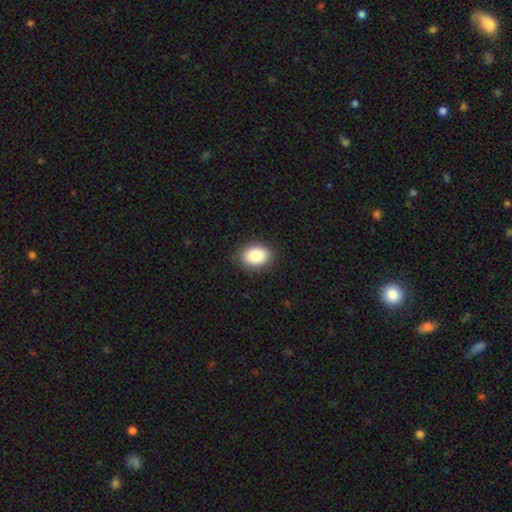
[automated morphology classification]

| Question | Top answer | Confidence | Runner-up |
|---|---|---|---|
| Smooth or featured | smooth | 86% | star or artifact (8%) |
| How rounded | in between | 74% | round (25%) |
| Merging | none | 87% | minor disturbance (10%) |